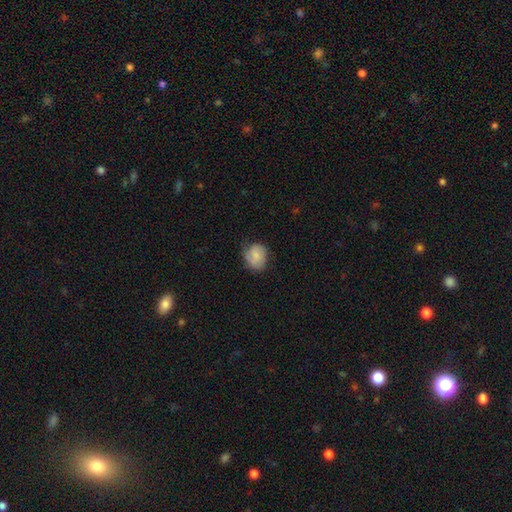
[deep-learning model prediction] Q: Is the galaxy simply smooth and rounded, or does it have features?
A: smooth — 64%.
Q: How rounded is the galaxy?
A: round — 56%.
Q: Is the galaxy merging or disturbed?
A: none — 59%.